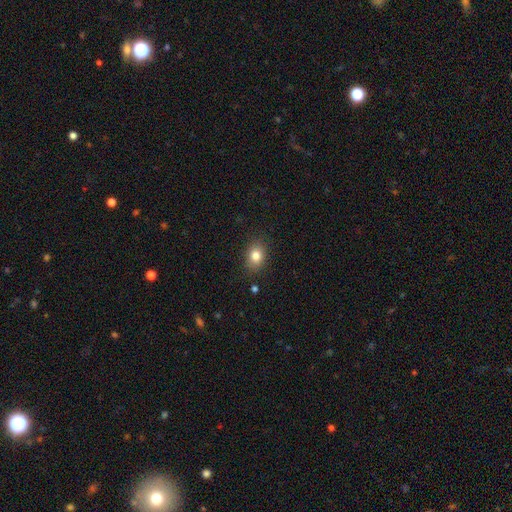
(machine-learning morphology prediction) Q: Smooth or featured?
A: smooth (81%); runner-up: star or artifact (11%)
Q: How rounded?
A: in between (60%); runner-up: round (38%)
Q: Merging?
A: none (85%); runner-up: minor disturbance (11%)